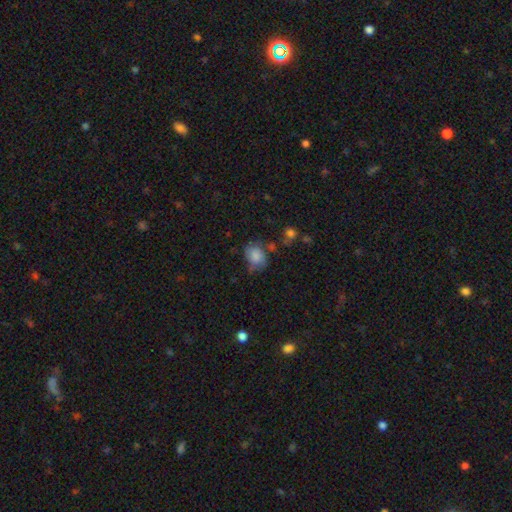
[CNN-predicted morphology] smooth_or_featured: smooth (p=0.80) [alt: featured or disk p=0.11]
how_rounded: in between (p=0.52) [alt: round p=0.47]
merging: none (p=0.53) [alt: minor disturbance p=0.28]